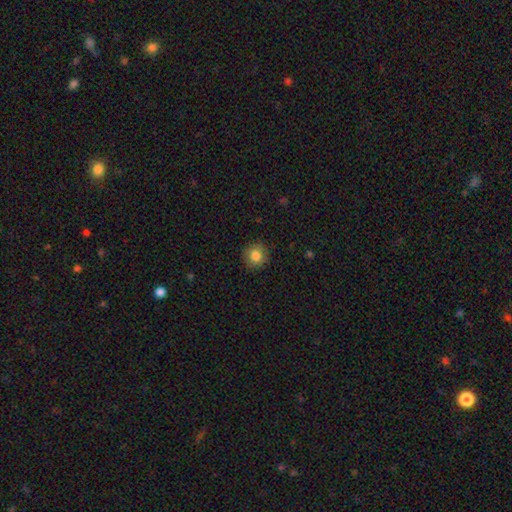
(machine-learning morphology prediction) Smooth or featured? smooth (83%)
How rounded? round (91%)
Merging? none (90%)